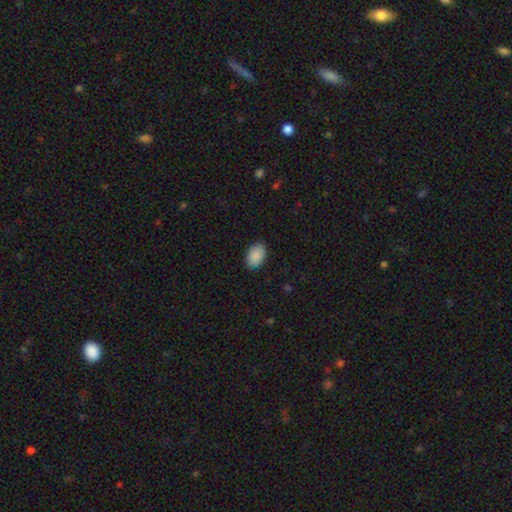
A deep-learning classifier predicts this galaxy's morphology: This is clearly a smooth galaxy (90%). How rounded: clearly in between (90%). Merging: clearly none (89%).